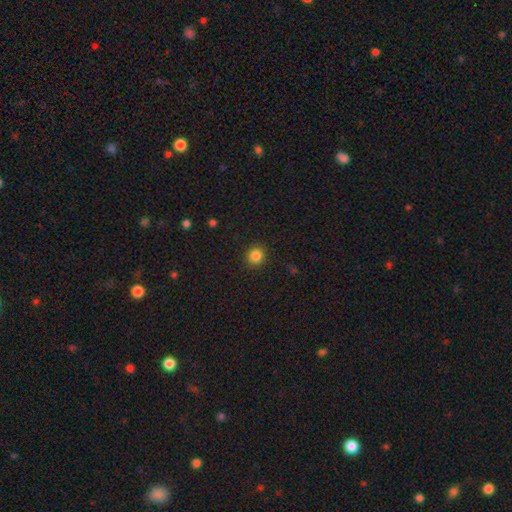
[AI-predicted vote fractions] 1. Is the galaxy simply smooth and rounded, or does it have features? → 85% smooth, 11% star or artifact, 4% featured or disk.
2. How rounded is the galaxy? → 88% round, 11% in between, 1% cigar-shaped.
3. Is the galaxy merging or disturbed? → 90% none, 6% minor disturbance, 2% major disturbance, 1% merger.